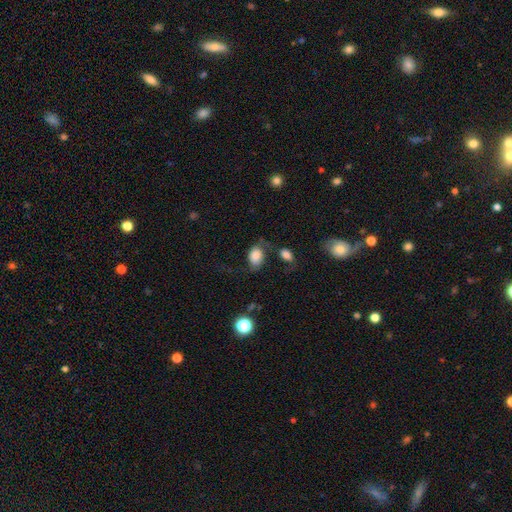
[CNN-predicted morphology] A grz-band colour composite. It shows a smooth galaxy with no disk features (71%) that is in between round and cigar-shaped (77%). Merging: none (47%).